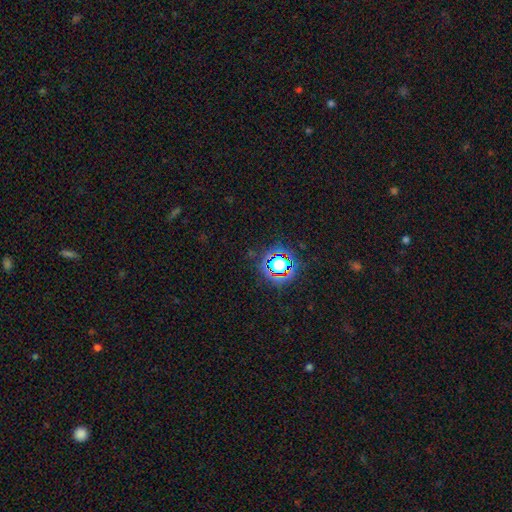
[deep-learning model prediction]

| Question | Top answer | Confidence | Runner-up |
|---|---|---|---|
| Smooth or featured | star or artifact | 76% | smooth (15%) |